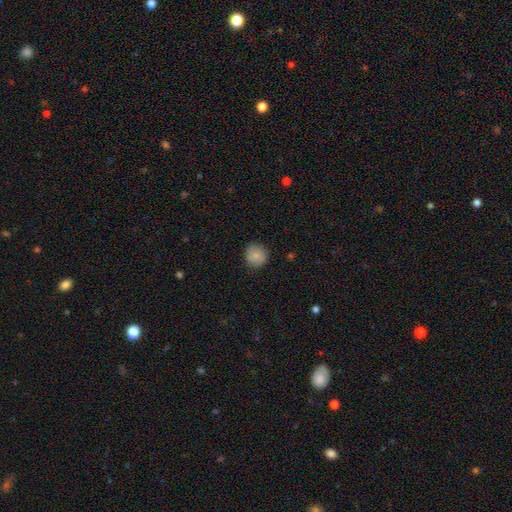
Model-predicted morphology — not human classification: The model was most divided on "smooth or featured": smooth: 85%, star or artifact: 8%, featured or disk: 7%. More confident: how rounded — round (92%); merging — none (88%).